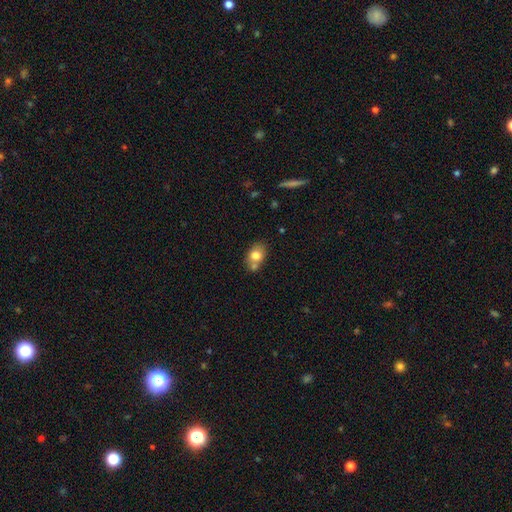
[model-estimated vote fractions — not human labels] Smooth or featured? Predicted: smooth (p=0.76). How rounded? Predicted: in between (p=0.62). Merging? Predicted: none (p=0.50).